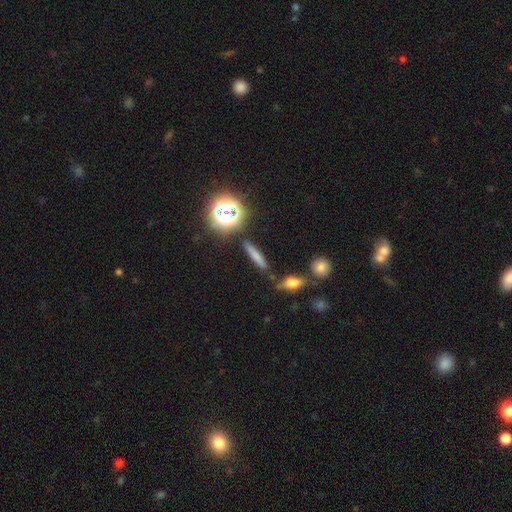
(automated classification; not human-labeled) A smooth galaxy with no disk features (68%) that is cigar-shaped (85%).

Vote fractions:
- Smooth or featured? smooth: 68% / featured or disk: 19% / star or artifact: 13%
- How rounded? cigar-shaped: 85% / in between: 10% / round: 5%
- Merging? none: 84% / minor disturbance: 9% / merger: 4% / major disturbance: 3%